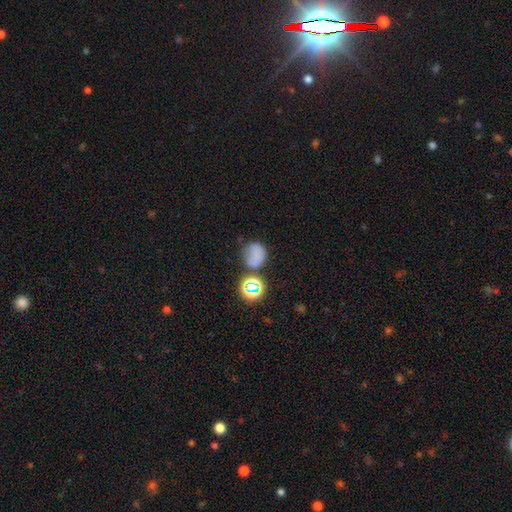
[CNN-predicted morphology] A smooth galaxy with no disk features (64%) that is round (76%).

Vote fractions:
- Smooth or featured? smooth: 64% / star or artifact: 22% / featured or disk: 14%
- How rounded? round: 76% / in between: 23% / cigar-shaped: 1%
- Merging? none: 53% / minor disturbance: 23% / major disturbance: 13% / merger: 12%